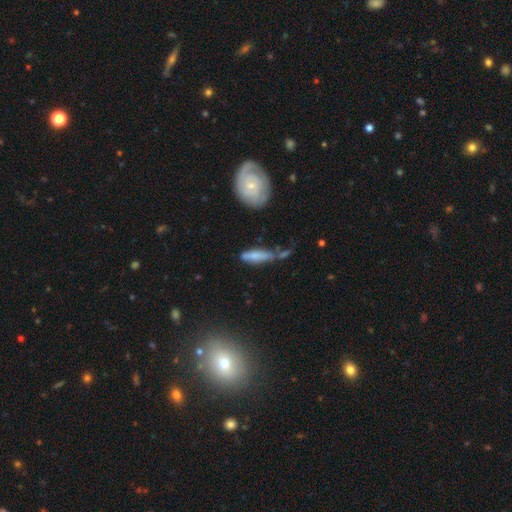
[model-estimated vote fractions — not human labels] smooth-or-featured: smooth: 67% | featured or disk: 26% | star or artifact: 7%
  how-rounded: cigar-shaped: 66% | in between: 31% | round: 2%
  merging: none: 50% | minor disturbance: 25% | merger: 17% | major disturbance: 8%